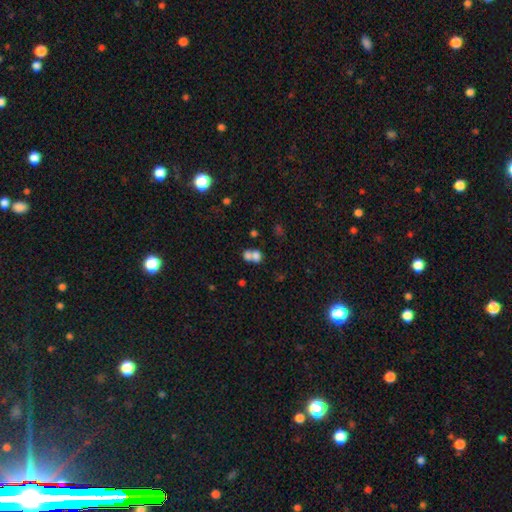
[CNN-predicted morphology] Smooth or featured? smooth (71%)
How rounded? round (51%)
Merging? merger (66%)